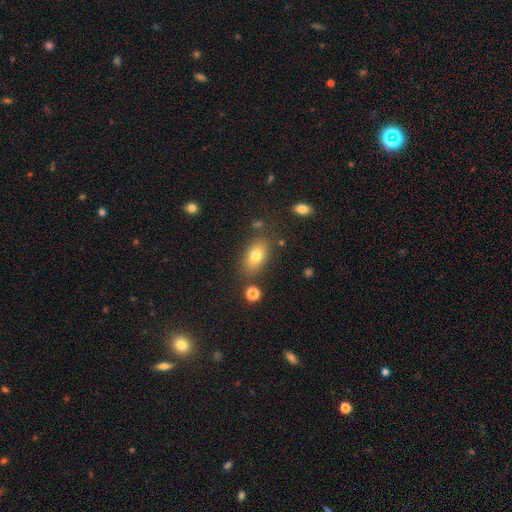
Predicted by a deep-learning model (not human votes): smooth 77%, featured or disk 13%, star or artifact 10%. Down the decision tree: how rounded — in between (86%); merging — none (79%).